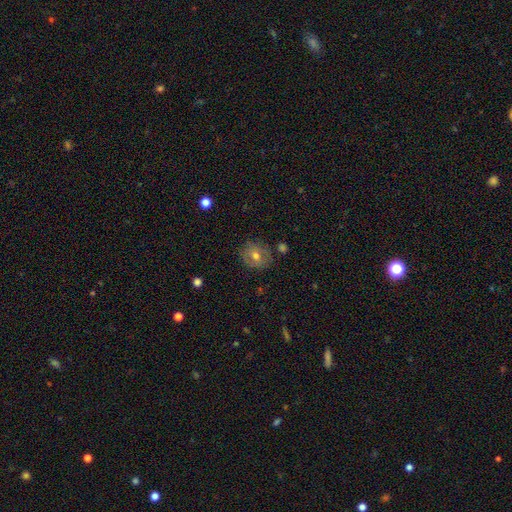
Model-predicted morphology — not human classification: This appears to be a smooth galaxy with no disk features (57%) that is round (71%). Merging: none (78%).